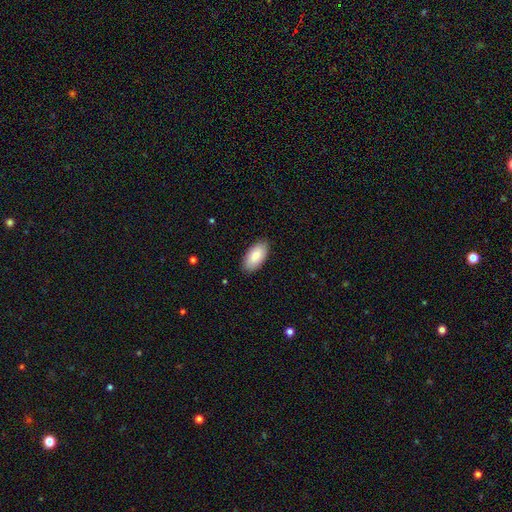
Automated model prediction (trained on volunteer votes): smooth_or_featured: smooth (p=0.87) [alt: featured or disk p=0.08]
how_rounded: in between (p=0.95) [alt: cigar-shaped p=0.03]
merging: none (p=0.88) [alt: minor disturbance p=0.09]